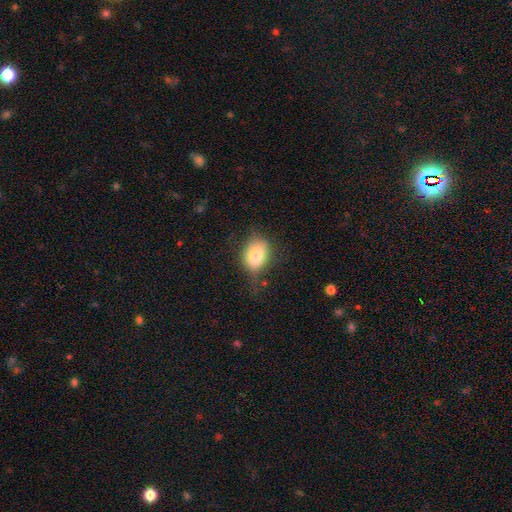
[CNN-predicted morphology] Smooth or featured? smooth (78%)
How rounded? in between (74%)
Merging? none (52%)